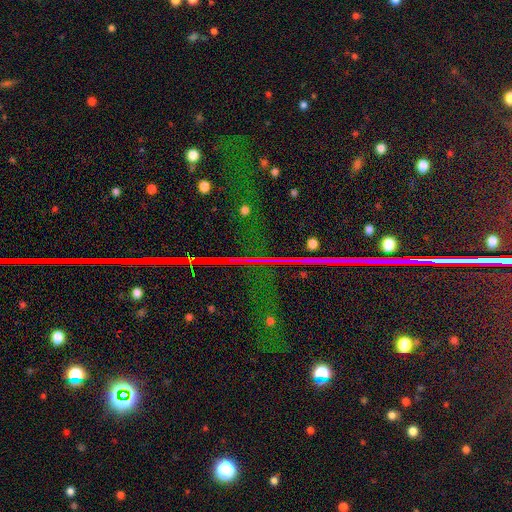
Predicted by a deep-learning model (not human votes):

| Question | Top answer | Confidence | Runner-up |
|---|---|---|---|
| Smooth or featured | star or artifact | 79% | featured or disk (12%) |